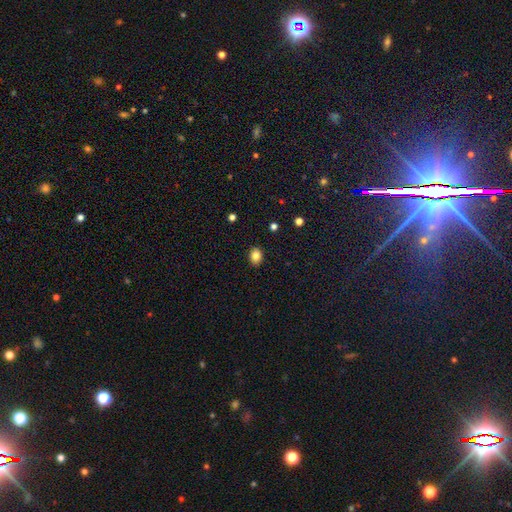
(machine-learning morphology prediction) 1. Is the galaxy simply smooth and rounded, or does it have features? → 85% smooth, 10% star or artifact, 6% featured or disk.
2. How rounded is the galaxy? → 65% in between, 34% round, 1% cigar-shaped.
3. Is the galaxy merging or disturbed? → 89% none, 8% minor disturbance, 2% major disturbance, 1% merger.